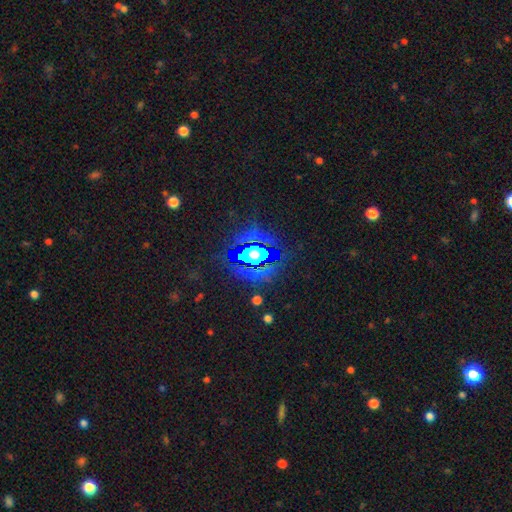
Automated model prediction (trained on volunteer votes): A star or artifact, not a galaxy (67%).